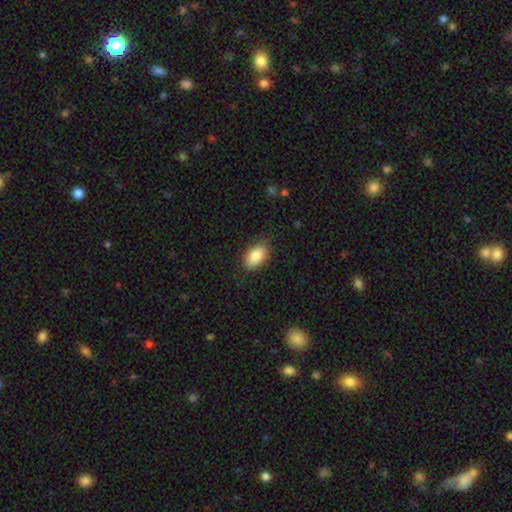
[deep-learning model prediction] This appears to be a smooth galaxy with no disk features (87%) that is in between round and cigar-shaped (93%). Merging: none (82%).